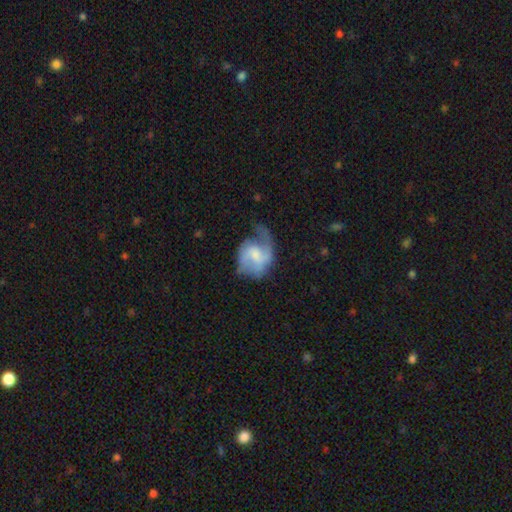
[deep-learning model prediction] Q: Smooth or featured?
A: featured or disk (73%); runner-up: smooth (21%)
Q: Edge-on disk?
A: no (98%); runner-up: yes (2%)
Q: Bar?
A: weak (48%); runner-up: no (43%)
Q: Spiral arms?
A: yes (90%); runner-up: no (10%)
Q: Spiral winding?
A: medium (44%); runner-up: loose (39%)
Q: Spiral arm count?
A: 2 (60%); runner-up: 1 (26%)
Q: Bulge size?
A: small (39%); runner-up: moderate (36%)
Q: Merging?
A: none (42%); runner-up: major disturbance (29%)